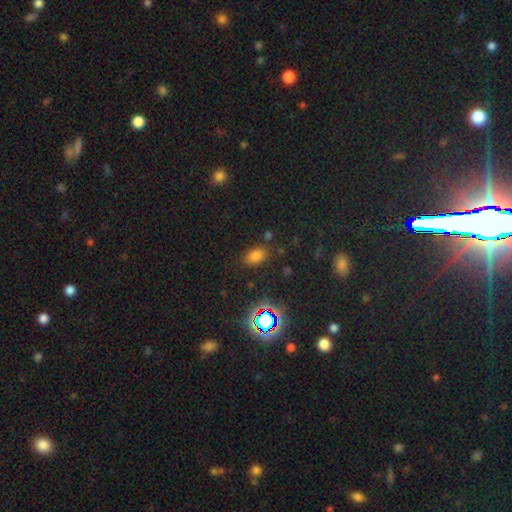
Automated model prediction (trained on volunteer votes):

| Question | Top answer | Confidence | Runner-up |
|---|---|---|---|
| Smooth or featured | smooth | 70% | star or artifact (23%) |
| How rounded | in between | 86% | round (12%) |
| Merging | none | 80% | minor disturbance (12%) |